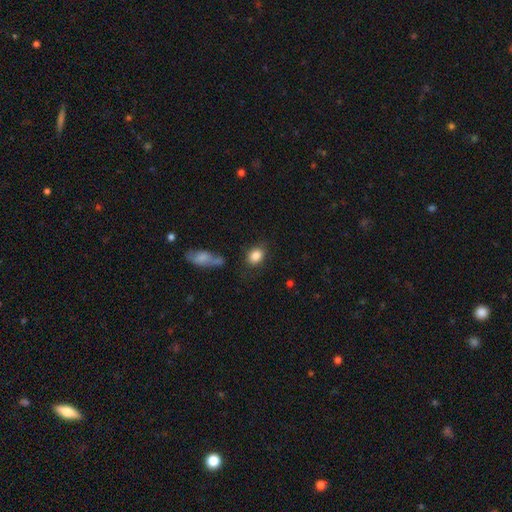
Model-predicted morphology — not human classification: smooth-or-featured: smooth: 85% | star or artifact: 8% | featured or disk: 6%
  how-rounded: in between: 64% | round: 34% | cigar-shaped: 2%
  merging: none: 75% | minor disturbance: 14% | merger: 5% | major disturbance: 5%